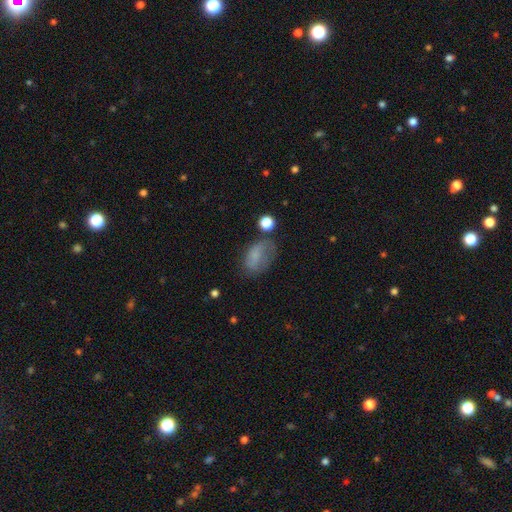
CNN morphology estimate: Smooth or featured: smooth — 64% (featured or disk — 24%)
How rounded: in between — 84% (round — 14%)
Merging: none — 45% (minor disturbance — 29%)